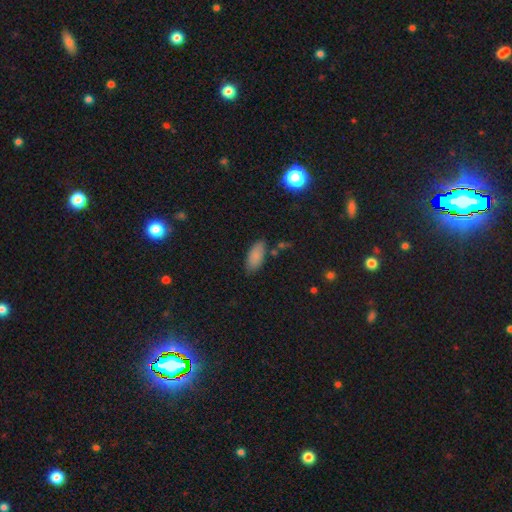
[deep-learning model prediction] smooth-or-featured: smooth: 86% | star or artifact: 8% | featured or disk: 6%
  how-rounded: in between: 88% | cigar-shaped: 10% | round: 2%
  merging: none: 79% | minor disturbance: 15% | merger: 4% | major disturbance: 3%